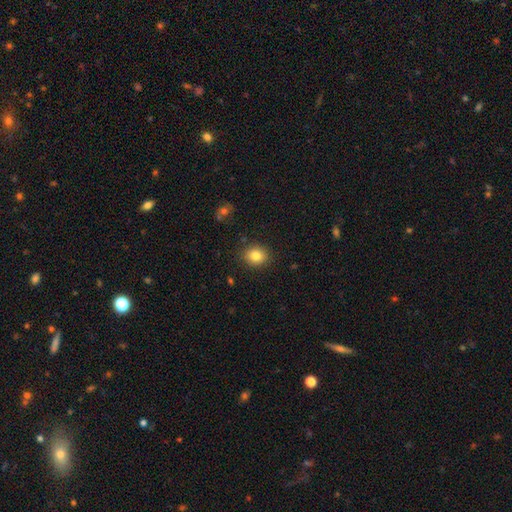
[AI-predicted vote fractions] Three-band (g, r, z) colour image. It shows a smooth galaxy with no disk features (82%) that is round (69%). Merging: none (88%).